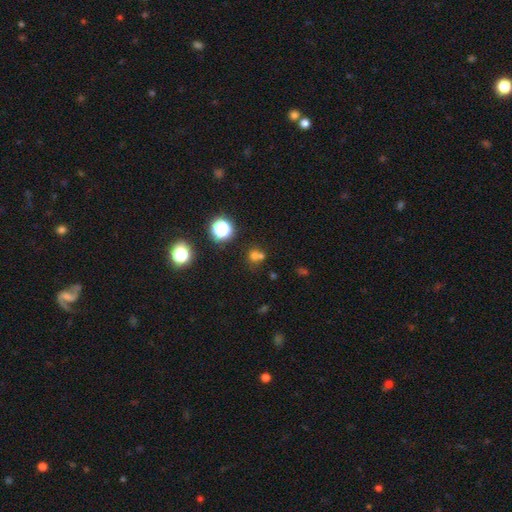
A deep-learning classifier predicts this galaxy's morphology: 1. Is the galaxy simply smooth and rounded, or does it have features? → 62% smooth, 26% star or artifact, 12% featured or disk.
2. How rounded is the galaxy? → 83% round, 16% in between, 1% cigar-shaped.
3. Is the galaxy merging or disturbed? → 47% none, 42% merger, 7% minor disturbance, 4% major disturbance.